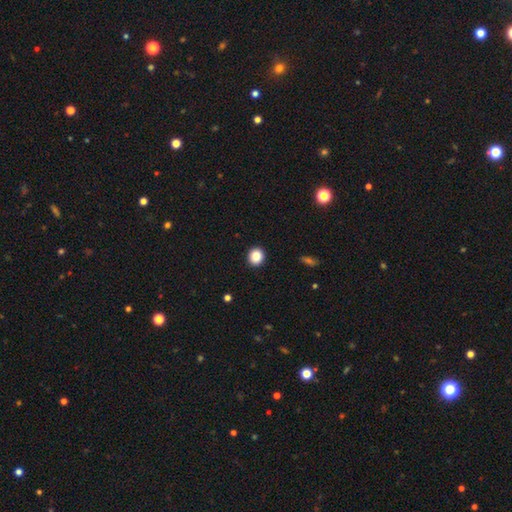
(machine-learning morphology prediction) This appears to be a smooth galaxy with no disk features (85%) that is round (85%). Merging: none (93%).